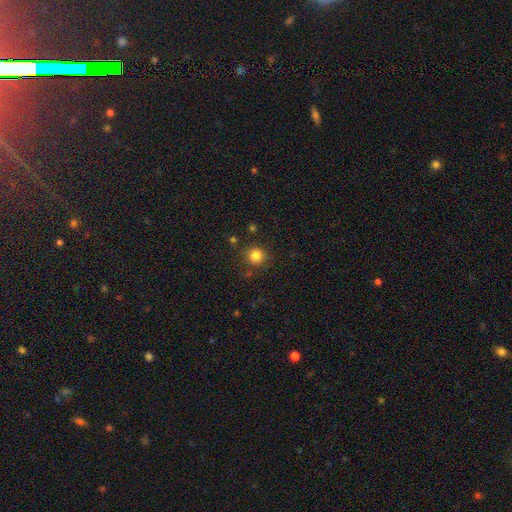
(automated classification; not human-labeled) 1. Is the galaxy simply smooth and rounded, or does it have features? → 83% smooth, 12% star or artifact, 5% featured or disk.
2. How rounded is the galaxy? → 93% round, 6% in between, 1% cigar-shaped.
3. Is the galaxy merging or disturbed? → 86% none, 8% minor disturbance, 3% merger, 3% major disturbance.